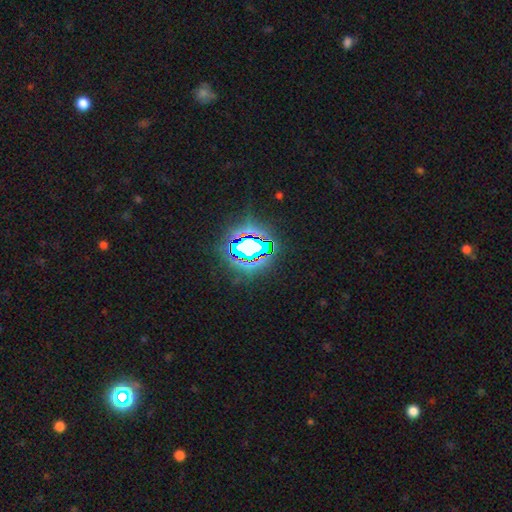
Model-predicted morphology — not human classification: The model was most divided on "smooth or featured": star or artifact: 80%, smooth: 12%, featured or disk: 9%.